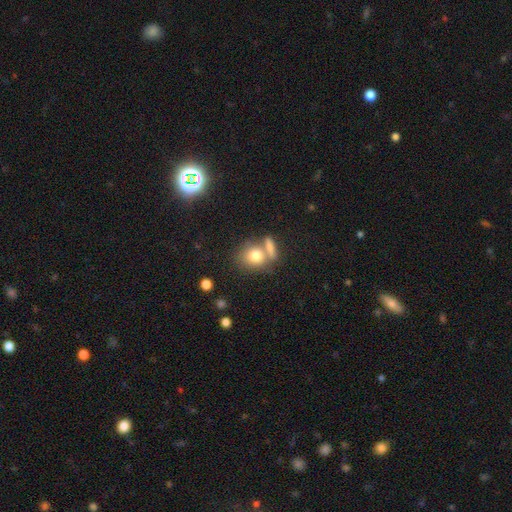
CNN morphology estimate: A smooth galaxy with no disk features (78%) that is round (65%). Merging: none (47%).